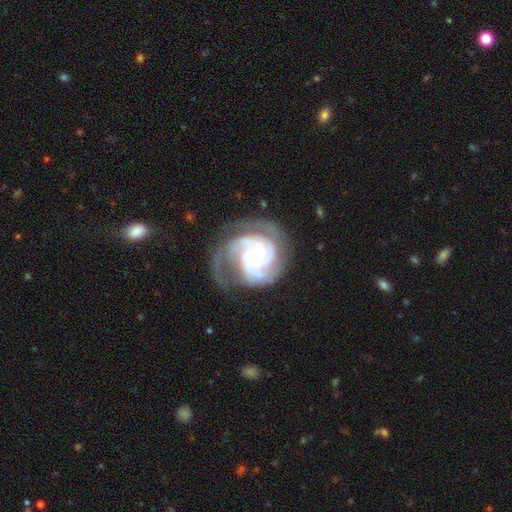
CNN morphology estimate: Smooth or featured?
  - featured or disk: 90% *
  - smooth: 5%
  - star or artifact: 4%
Edge-on disk?
  - no: 98% *
  - yes: 2%
Bar?
  - no: 71% *
  - weak: 23%
  - strong: 6%
Spiral arms?
  - yes: 98% *
  - no: 2%
Spiral winding?
  - tight: 68% *
  - medium: 28%
  - loose: 4%
Spiral arm count?
  - 3: 45% *
  - 2: 21%
  - can't tell: 14%
  - 4: 11%
  - 1: 5%
  - more than 4: 5%
Bulge size?
  - small: 61% *
  - moderate: 34%
  - large: 2%
  - none: 2%
  - dominant: 1%
Merging?
  - none: 59% *
  - minor disturbance: 22%
  - major disturbance: 17%
  - merger: 2%